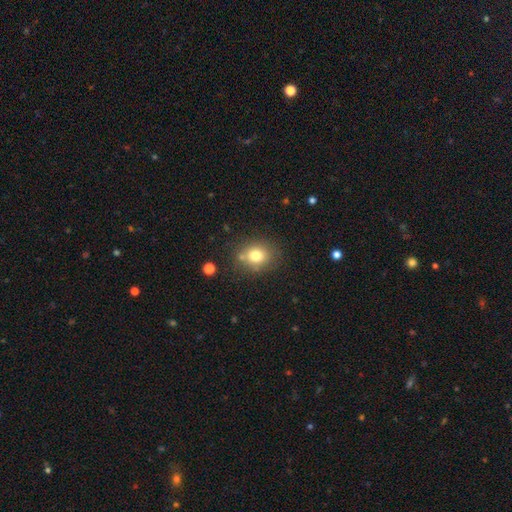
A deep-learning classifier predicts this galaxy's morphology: Smooth or featured? smooth (76%)
How rounded? round (65%)
Merging? none (74%)